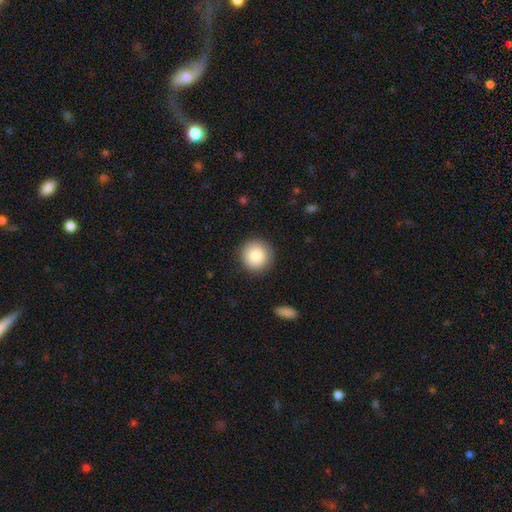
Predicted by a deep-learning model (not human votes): Smooth or featured?
  - smooth: 85% *
  - star or artifact: 8%
  - featured or disk: 7%
How rounded?
  - round: 95% *
  - in between: 4%
  - cigar-shaped: 1%
Merging?
  - none: 89% *
  - minor disturbance: 7%
  - major disturbance: 2%
  - merger: 1%